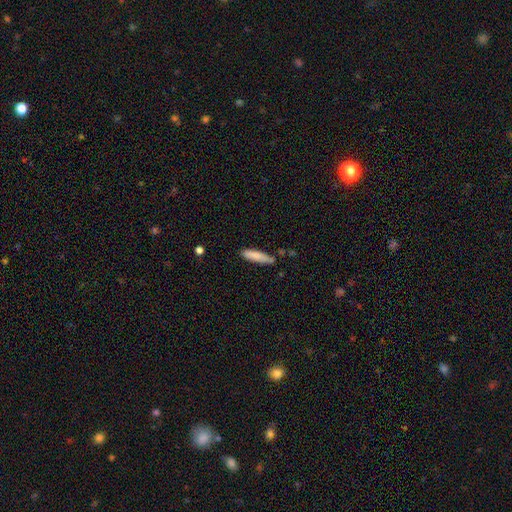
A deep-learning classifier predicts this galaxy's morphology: Smooth or featured?
  - smooth: 83% *
  - featured or disk: 11%
  - star or artifact: 6%
How rounded?
  - cigar-shaped: 75% *
  - in between: 24%
  - round: 1%
Merging?
  - none: 66% *
  - minor disturbance: 23%
  - merger: 6%
  - major disturbance: 4%